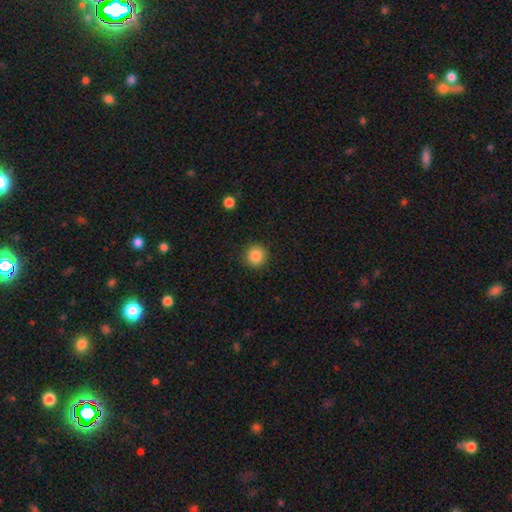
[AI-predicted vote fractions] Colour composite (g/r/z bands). It shows a smooth galaxy with no disk features (85%) that is round (94%). Merging: none (91%).